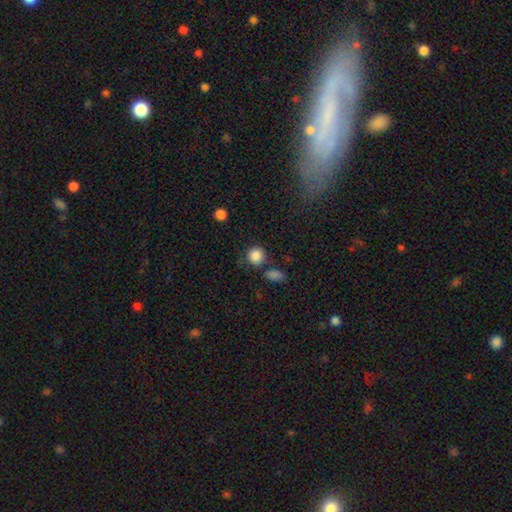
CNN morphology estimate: This appears to be a smooth galaxy with no disk features (87%) that is round (89%). Merging: none (74%).